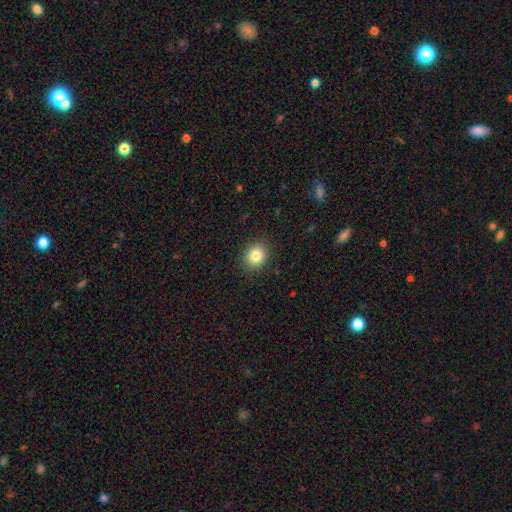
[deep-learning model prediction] Smooth or featured? Predicted: smooth (p=0.83). How rounded? Predicted: round (p=0.69). Merging? Predicted: none (p=0.89).